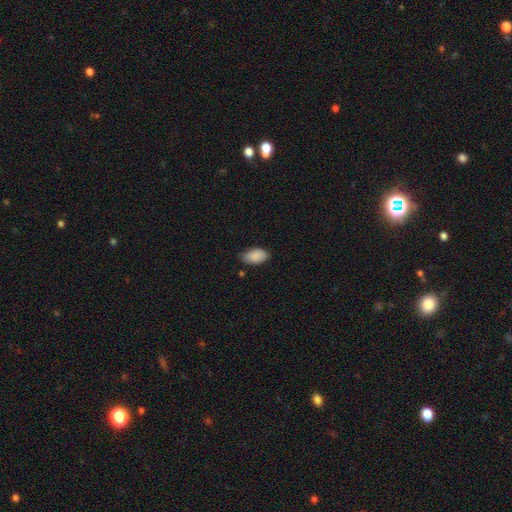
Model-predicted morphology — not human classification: Smooth or featured: smooth — 88% (star or artifact — 7%)
How rounded: in between — 94% (round — 5%)
Merging: none — 79% (minor disturbance — 17%)